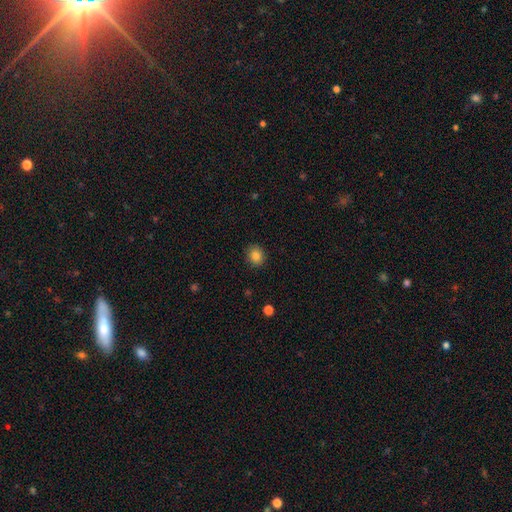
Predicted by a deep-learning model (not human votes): Q: Smooth or featured?
A: smooth (84%); runner-up: star or artifact (10%)
Q: How rounded?
A: round (72%); runner-up: in between (28%)
Q: Merging?
A: none (89%); runner-up: minor disturbance (8%)